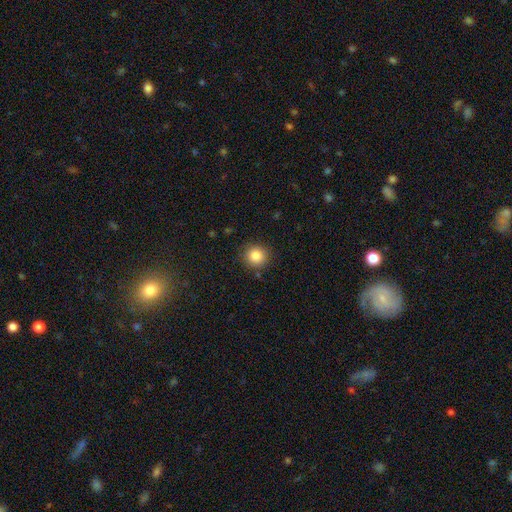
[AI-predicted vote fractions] The model was most divided on "smooth or featured": smooth: 85%, star or artifact: 10%, featured or disk: 5%. More confident: how rounded — round (92%); merging — none (88%).